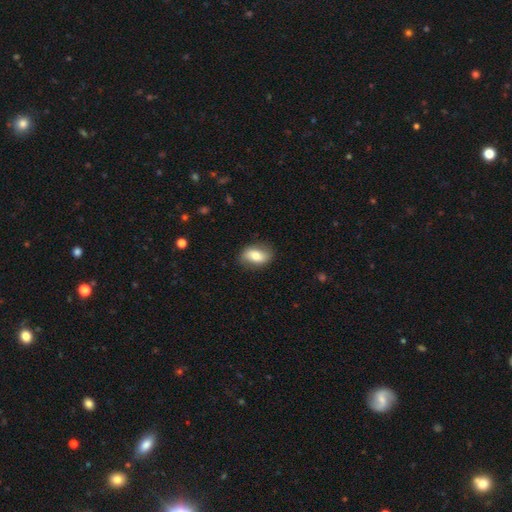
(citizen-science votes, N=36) Smooth or featured? 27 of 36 (75%) said smooth. How rounded? 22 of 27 (81%) said in between. Merging? 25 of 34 (74%) said none.